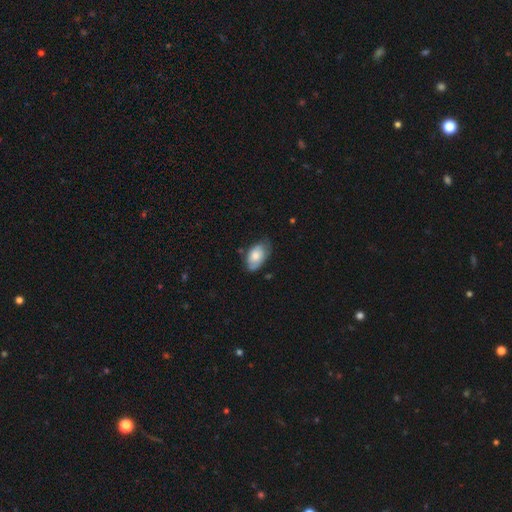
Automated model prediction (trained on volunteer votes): Smooth or featured: smooth — 69% (featured or disk — 24%)
How rounded: in between — 93% (round — 6%)
Merging: none — 57% (minor disturbance — 34%)